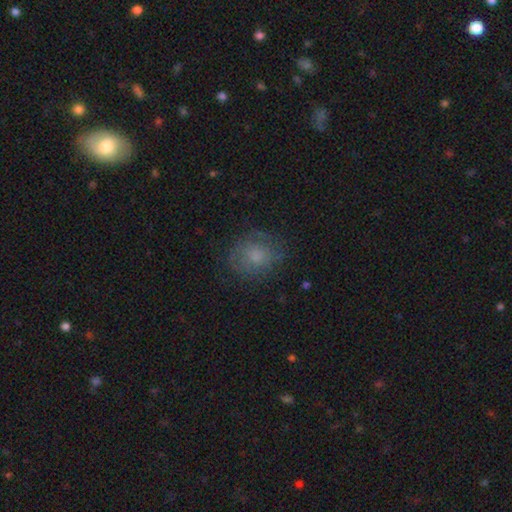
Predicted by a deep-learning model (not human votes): A smooth galaxy with no disk features (64%) that is round (67%). Merging: none (70%).